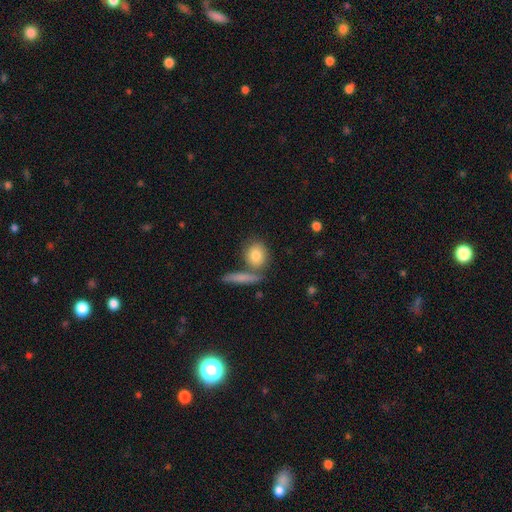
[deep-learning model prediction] A smooth galaxy with no disk features (81%) that is round (51%).

Vote fractions:
- Smooth or featured? smooth: 81% / featured or disk: 12% / star or artifact: 7%
- How rounded? round: 51% / in between: 43% / cigar-shaped: 6%
- Merging? none: 61% / merger: 23% / minor disturbance: 11% / major disturbance: 4%